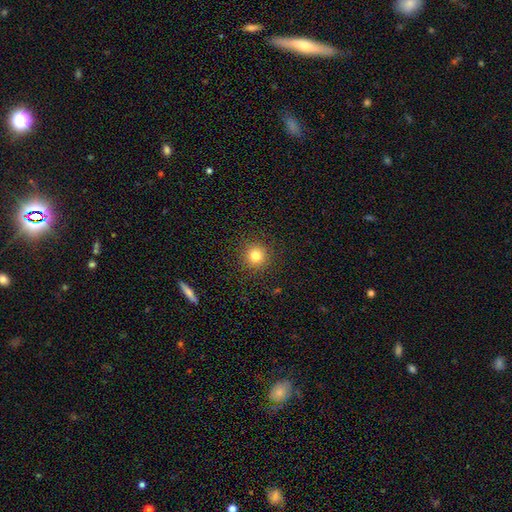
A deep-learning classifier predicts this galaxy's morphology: The model was most divided on "smooth or featured": smooth: 80%, star or artifact: 13%, featured or disk: 7%. More confident: how rounded — round (95%); merging — none (91%).